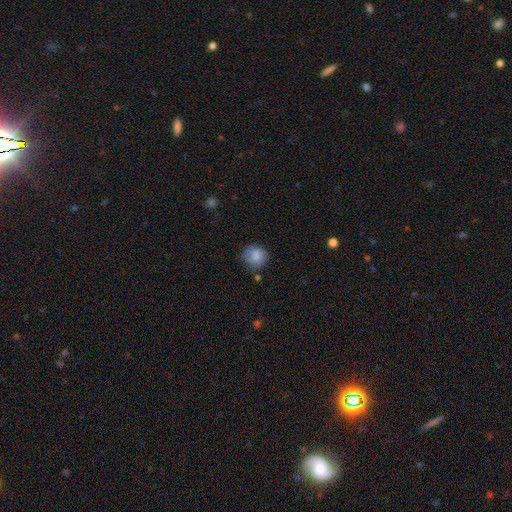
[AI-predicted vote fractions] The model was most divided on "merging": none: 67%, minor disturbance: 23%, major disturbance: 7%, merger: 3%. More confident: how rounded — round (85%); smooth or featured — smooth (82%).